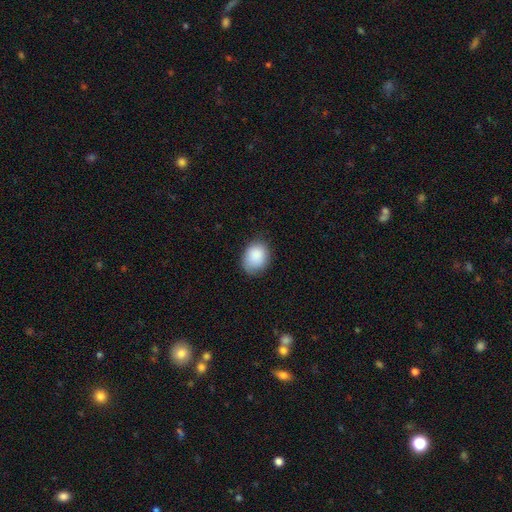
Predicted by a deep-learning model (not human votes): This appears to be a smooth galaxy with no disk features (88%) that is in between round and cigar-shaped (57%). Merging: none (75%).